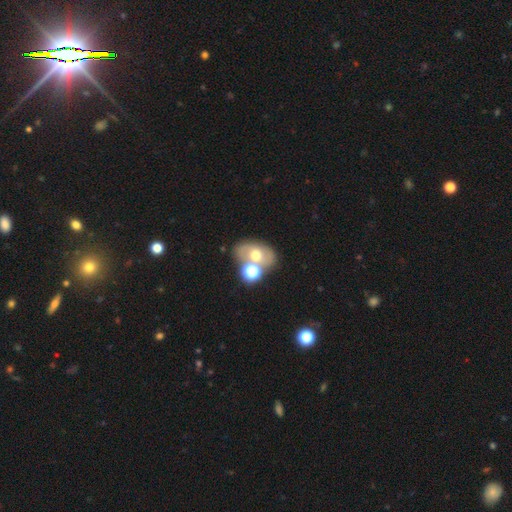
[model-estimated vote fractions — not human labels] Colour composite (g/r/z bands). It shows a smooth galaxy with no disk features (48%). Merging: none (52%).